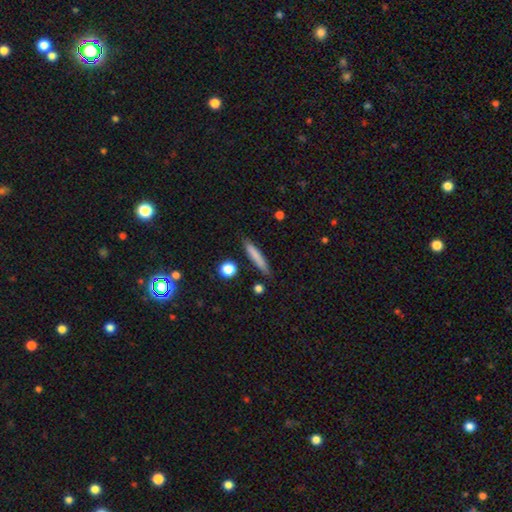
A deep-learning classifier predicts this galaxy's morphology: smooth 77%, featured or disk 16%, star or artifact 7%. Down the decision tree: how rounded — cigar-shaped (92%); merging — none (86%).